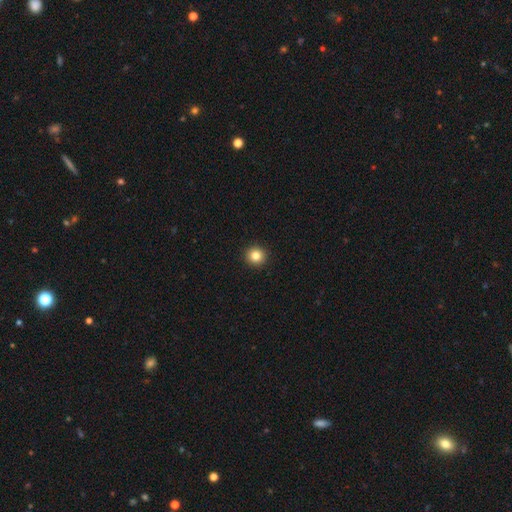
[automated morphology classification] A smooth galaxy with no disk features (83%) that is round (94%).

Vote fractions:
- Smooth or featured? smooth: 83% / star or artifact: 11% / featured or disk: 6%
- How rounded? round: 94% / in between: 5% / cigar-shaped: 1%
- Merging? none: 94% / minor disturbance: 4% / major disturbance: 1% / merger: 1%